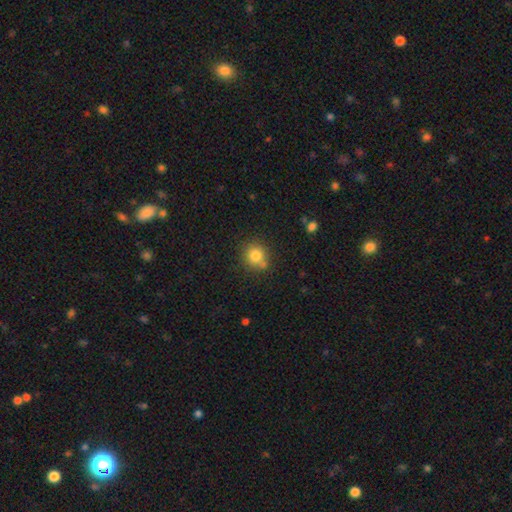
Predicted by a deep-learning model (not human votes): A smooth galaxy with no disk features (80%) that is round (89%).

Vote fractions:
- Smooth or featured? smooth: 80% / star or artifact: 12% / featured or disk: 8%
- How rounded? round: 89% / in between: 10% / cigar-shaped: 1%
- Merging? none: 71% / merger: 13% / minor disturbance: 12% / major disturbance: 4%